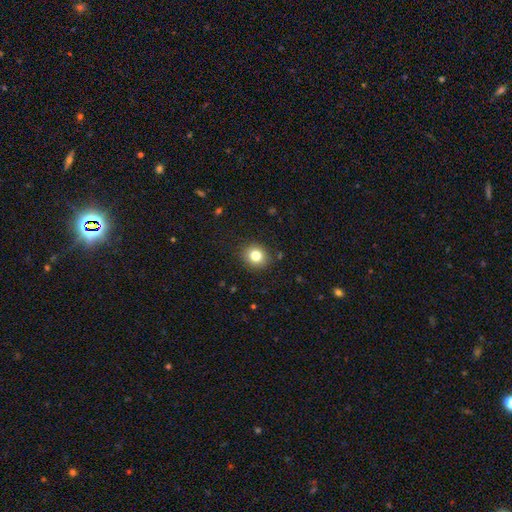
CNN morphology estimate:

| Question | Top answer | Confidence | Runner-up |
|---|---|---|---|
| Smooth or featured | smooth | 81% | star or artifact (11%) |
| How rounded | round | 79% | in between (20%) |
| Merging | none | 88% | minor disturbance (8%) |